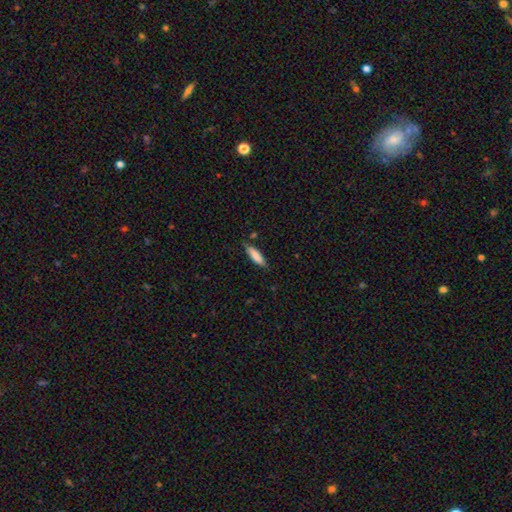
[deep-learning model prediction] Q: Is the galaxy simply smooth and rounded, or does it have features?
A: smooth — 83%.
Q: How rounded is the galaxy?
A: cigar-shaped — 63%.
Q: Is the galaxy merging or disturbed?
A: none — 76%.